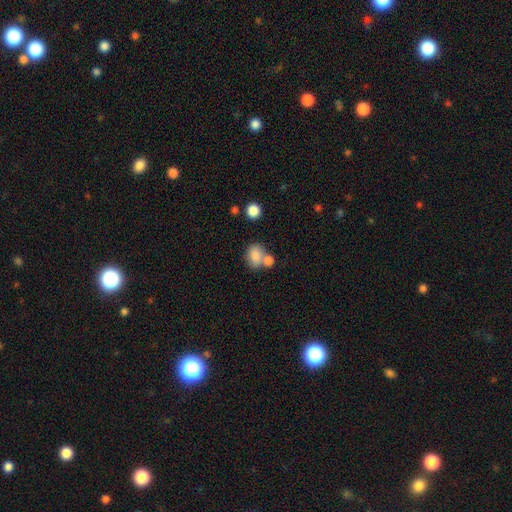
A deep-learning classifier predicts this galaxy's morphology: Smooth or featured?
  - smooth: 81% *
  - featured or disk: 10%
  - star or artifact: 9%
How rounded?
  - in between: 60% *
  - round: 38%
  - cigar-shaped: 1%
Merging?
  - merger: 42% *
  - none: 40%
  - minor disturbance: 12%
  - major disturbance: 6%